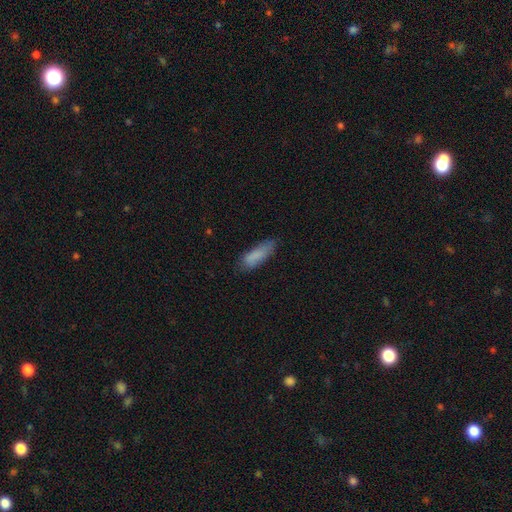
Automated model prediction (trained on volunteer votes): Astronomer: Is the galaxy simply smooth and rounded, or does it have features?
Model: smooth — 83%.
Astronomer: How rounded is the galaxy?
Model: in between — 50% (runner-up: cigar-shaped, 48%).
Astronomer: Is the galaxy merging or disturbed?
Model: none — 67%.